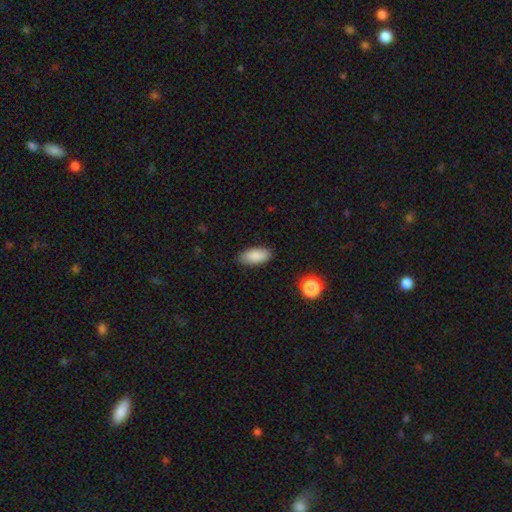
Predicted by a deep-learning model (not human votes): A smooth galaxy with no disk features (88%) that is in between round and cigar-shaped (89%).

Vote fractions:
- Smooth or featured? smooth: 88% / star or artifact: 8% / featured or disk: 5%
- How rounded? in between: 89% / cigar-shaped: 9% / round: 2%
- Merging? none: 86% / minor disturbance: 11% / major disturbance: 2% / merger: 1%